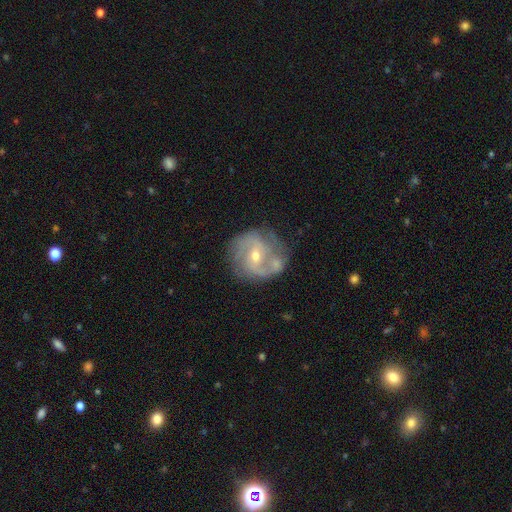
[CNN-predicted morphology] Smooth or featured?
  - featured or disk: 82% *
  - smooth: 11%
  - star or artifact: 7%
Edge-on disk?
  - no: 97% *
  - yes: 3%
Bar?
  - weak: 46% *
  - no: 37%
  - strong: 17%
Spiral arms?
  - yes: 92% *
  - no: 8%
Spiral winding?
  - medium: 47% *
  - tight: 34%
  - loose: 19%
Spiral arm count?
  - 2: 65% *
  - can't tell: 14%
  - 3: 13%
  - 1: 3%
  - 4: 3%
  - more than 4: 2%
Bulge size?
  - small: 51% *
  - moderate: 46%
  - large: 1%
  - none: 1%
  - dominant: 1%
Merging?
  - none: 61% *
  - minor disturbance: 17%
  - merger: 14%
  - major disturbance: 7%